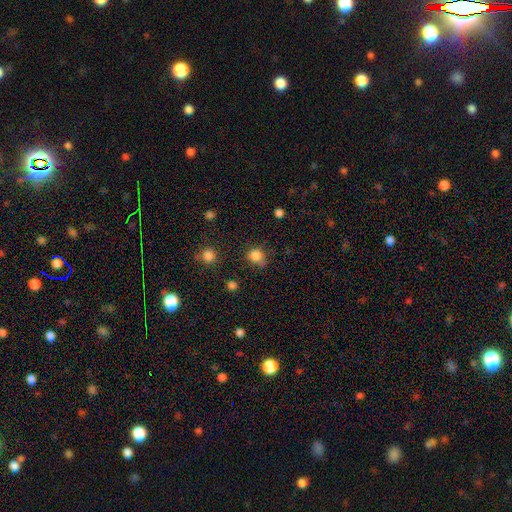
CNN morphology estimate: This is clearly a smooth galaxy (83%). How rounded: clearly round (82%). Merging: likely none (66%).